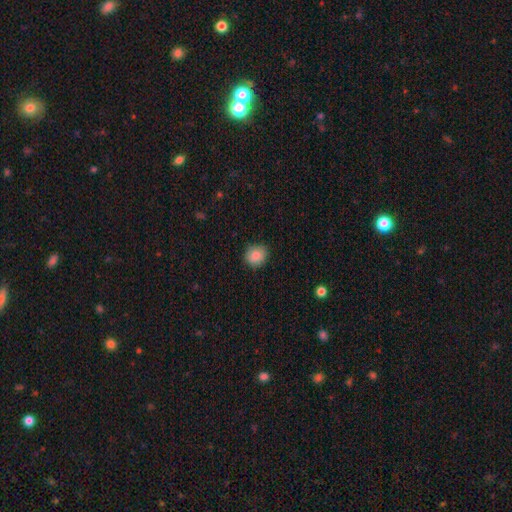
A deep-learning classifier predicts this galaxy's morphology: Smooth or featured? Predicted: smooth (p=0.86). How rounded? Predicted: round (p=0.72). Merging? Predicted: none (p=0.87).